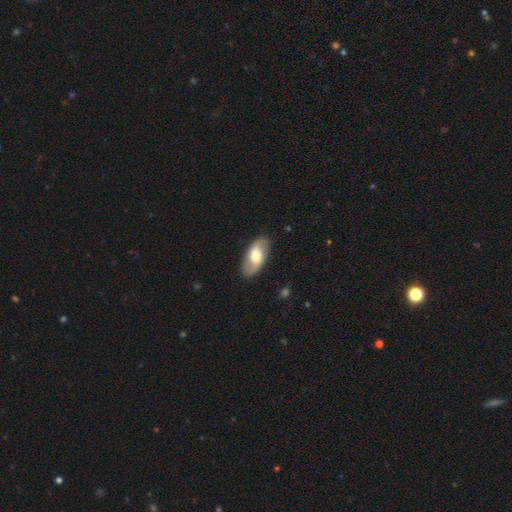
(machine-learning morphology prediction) Overall: smooth (48%; featured or disk 46%). Merging: none (85%).